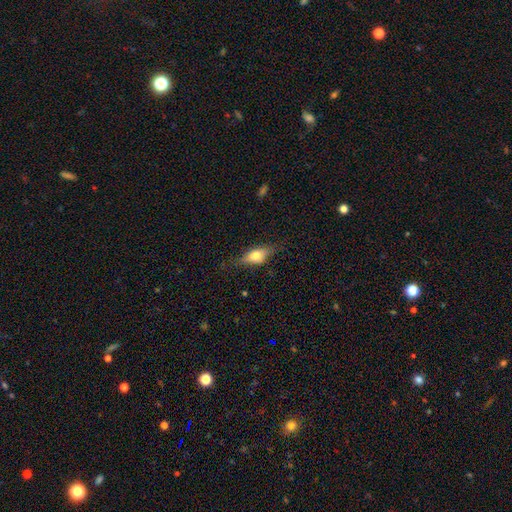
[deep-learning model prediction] Smooth or featured?
  - smooth: 64% *
  - featured or disk: 28%
  - star or artifact: 8%
How rounded?
  - in between: 76% *
  - cigar-shaped: 18%
  - round: 6%
Merging?
  - none: 71% *
  - minor disturbance: 21%
  - major disturbance: 6%
  - merger: 1%